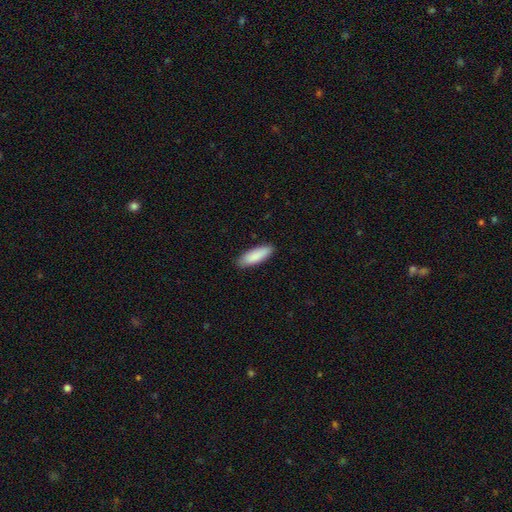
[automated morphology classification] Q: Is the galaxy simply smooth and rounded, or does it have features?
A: smooth — 89%.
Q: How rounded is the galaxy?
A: in between — 62%.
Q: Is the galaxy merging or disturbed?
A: none — 87%.